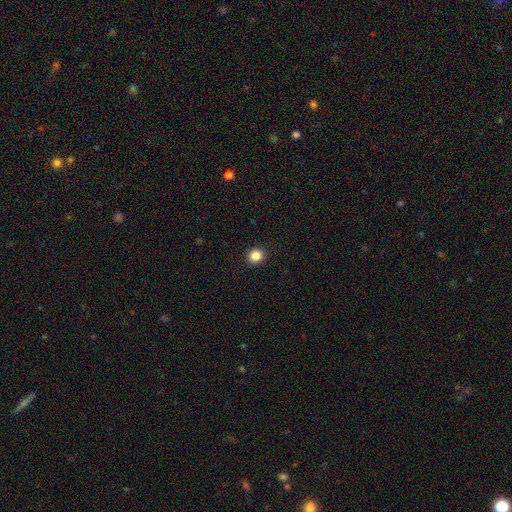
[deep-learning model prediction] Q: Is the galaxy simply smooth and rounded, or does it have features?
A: smooth — 85%.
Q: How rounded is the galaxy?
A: round — 85%.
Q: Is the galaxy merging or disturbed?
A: none — 92%.